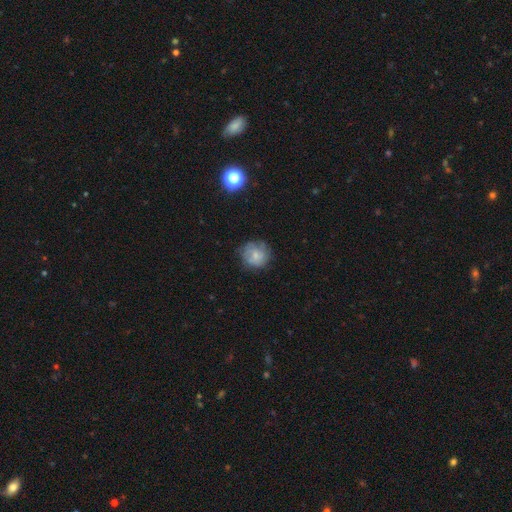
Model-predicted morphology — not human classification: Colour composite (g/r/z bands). It shows a smooth galaxy with no disk features (56%) that is round (88%). Merging: none (72%).